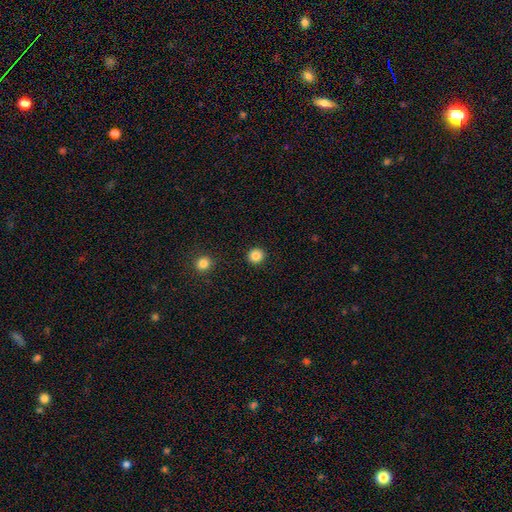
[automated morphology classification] Q: Smooth or featured?
A: smooth (85%); runner-up: star or artifact (11%)
Q: How rounded?
A: round (93%); runner-up: in between (6%)
Q: Merging?
A: none (92%); runner-up: minor disturbance (4%)